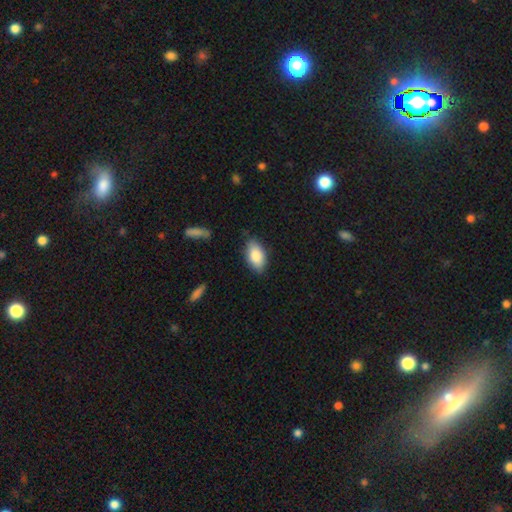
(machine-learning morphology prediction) smooth_or_featured: smooth (p=0.84) [alt: featured or disk p=0.10]
how_rounded: in between (p=0.92) [alt: cigar-shaped p=0.05]
merging: none (p=0.81) [alt: minor disturbance p=0.14]